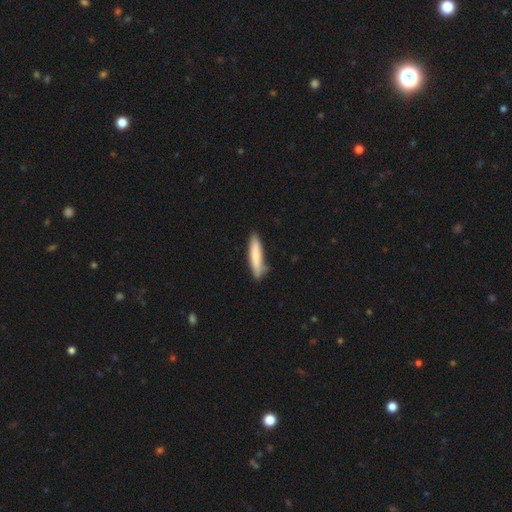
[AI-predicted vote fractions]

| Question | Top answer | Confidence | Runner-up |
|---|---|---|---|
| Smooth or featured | smooth | 78% | featured or disk (16%) |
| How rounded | cigar-shaped | 85% | in between (14%) |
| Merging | none | 76% | minor disturbance (18%) |